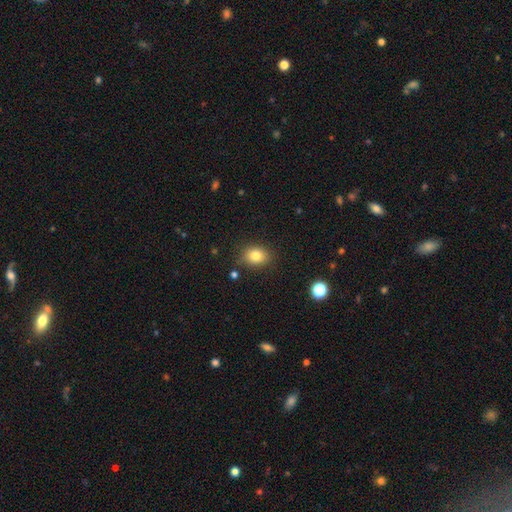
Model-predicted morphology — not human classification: A smooth galaxy with no disk features (81%) that is in between round and cigar-shaped (56%). Merging: none (81%).